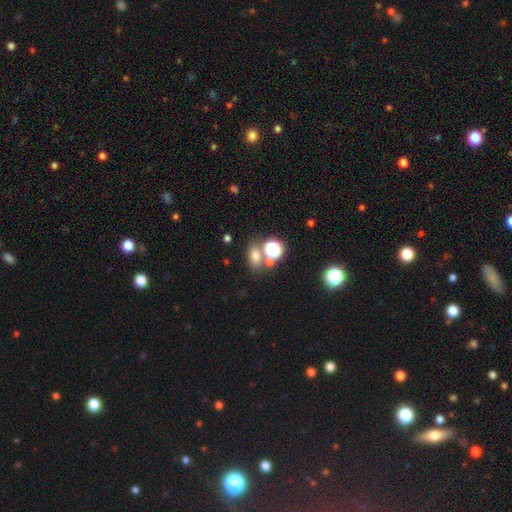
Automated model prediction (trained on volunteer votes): Smooth or featured: smooth — 67% (star or artifact — 22%)
How rounded: in between — 61% (round — 37%)
Merging: none — 60% (merger — 24%)